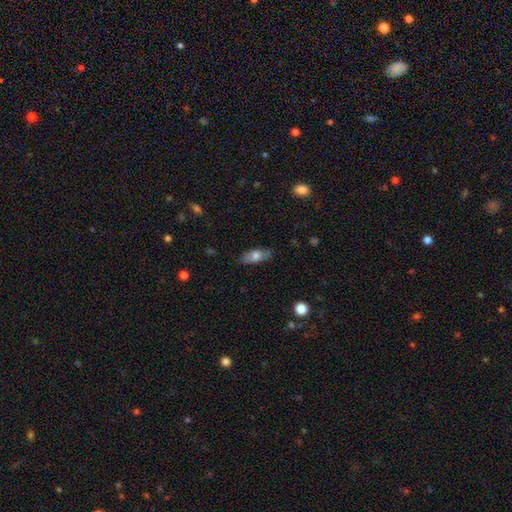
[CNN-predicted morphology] Smooth or featured: smooth — 70% (featured or disk — 23%)
How rounded: in between — 77% (cigar-shaped — 20%)
Merging: none — 82% (minor disturbance — 14%)